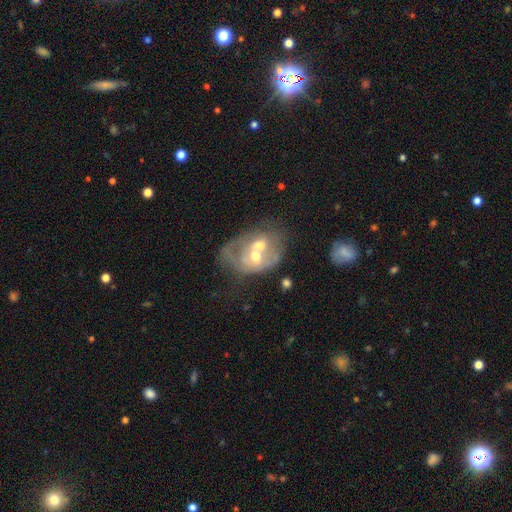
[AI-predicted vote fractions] smooth_or_featured: featured or disk (p=0.58) [alt: smooth p=0.34]
disk_edge_on: no (p=0.96) [alt: yes p=0.04]
bar: no (p=0.81) [alt: weak p=0.15]
has_spiral_arms: no (p=0.71) [alt: yes p=0.29]
bulge_size: moderate (p=0.65) [alt: small p=0.24]
merging: merger (p=0.68) [alt: major disturbance p=0.12]